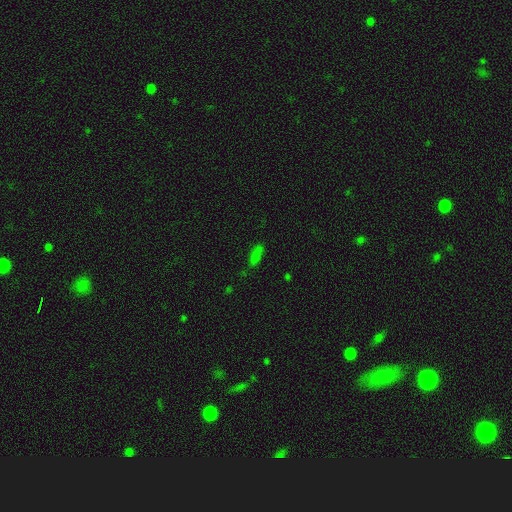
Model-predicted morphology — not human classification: The model was most divided on "how rounded": in between: 53%, cigar-shaped: 44%, round: 3%. More confident: smooth or featured — smooth (74%); merging — none (72%).